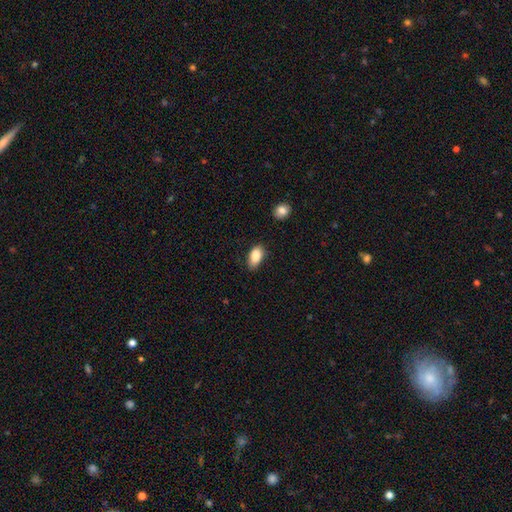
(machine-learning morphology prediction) Smooth or featured?
  - smooth: 88% *
  - star or artifact: 8%
  - featured or disk: 5%
How rounded?
  - in between: 92% *
  - round: 5%
  - cigar-shaped: 3%
Merging?
  - none: 76% *
  - minor disturbance: 19%
  - major disturbance: 3%
  - merger: 2%